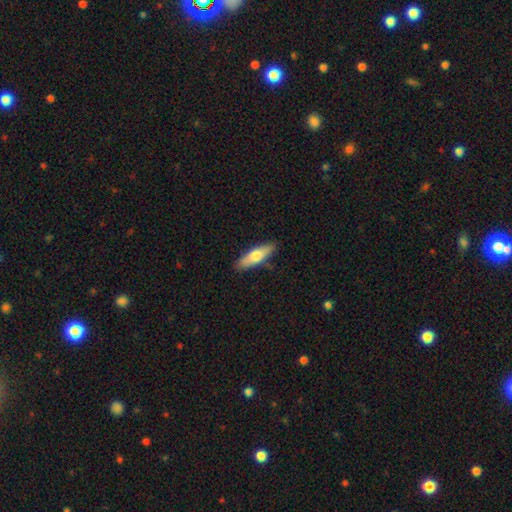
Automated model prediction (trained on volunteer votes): Morphology: type=smooth (68%); roundness=cigar-shaped (56%); merging=none (86%).